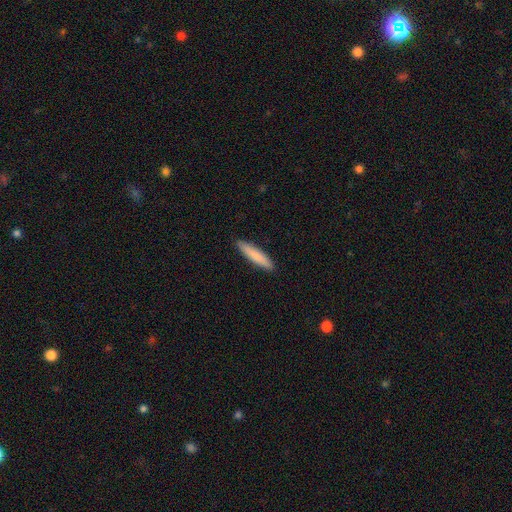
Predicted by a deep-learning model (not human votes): This appears to be a smooth galaxy with no disk features (82%) that is cigar-shaped (88%). Merging: none (91%).